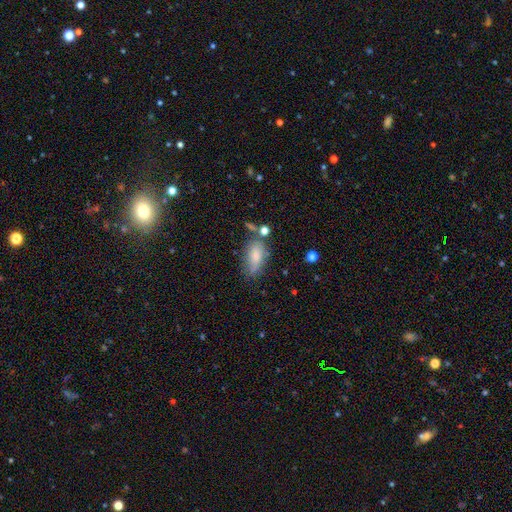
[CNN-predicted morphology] Overall: smooth (75%). How rounded: in between (86%). Merging: none (54%; minor disturbance 26%).